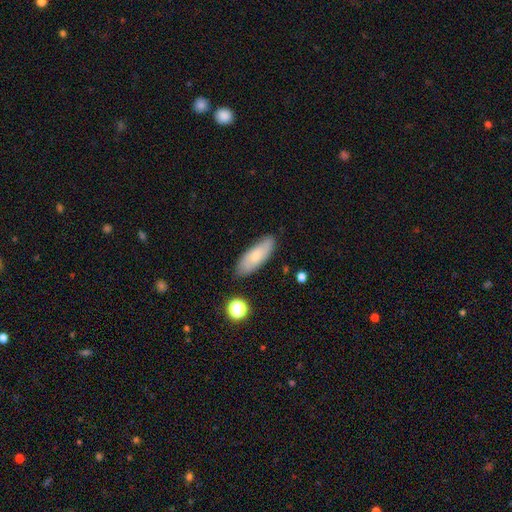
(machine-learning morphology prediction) Smooth or featured? smooth (71%)
How rounded? in between (66%)
Merging? none (81%)